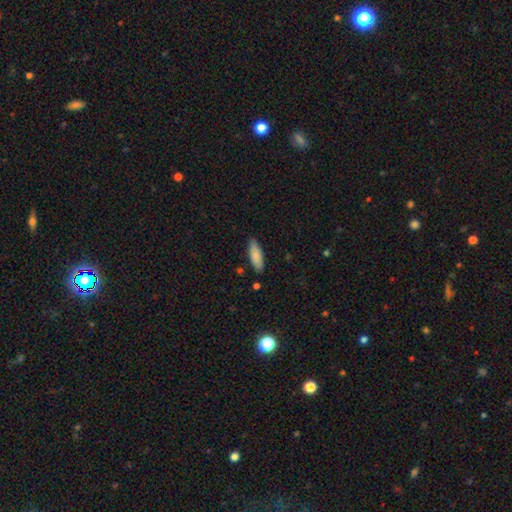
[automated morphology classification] smooth-or-featured: smooth: 85% | featured or disk: 9% | star or artifact: 6%
  how-rounded: in between: 61% | cigar-shaped: 38% | round: 2%
  merging: none: 84% | minor disturbance: 11% | major disturbance: 2% | merger: 2%